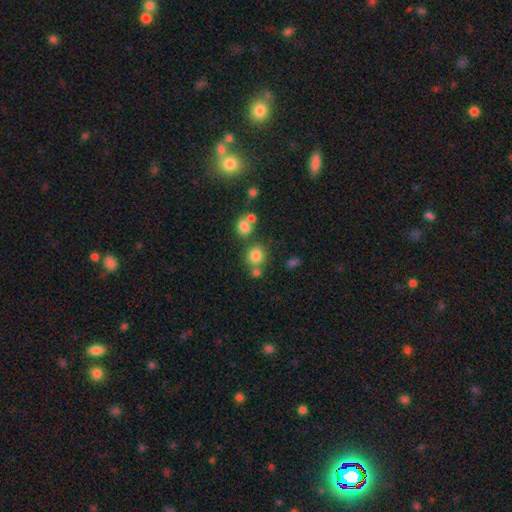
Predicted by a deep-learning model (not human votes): A smooth galaxy with no disk features (79%) that is round (82%).

Vote fractions:
- Smooth or featured? smooth: 79% / star or artifact: 13% / featured or disk: 8%
- How rounded? round: 82% / in between: 17% / cigar-shaped: 1%
- Merging? none: 63% / merger: 22% / minor disturbance: 11% / major disturbance: 5%